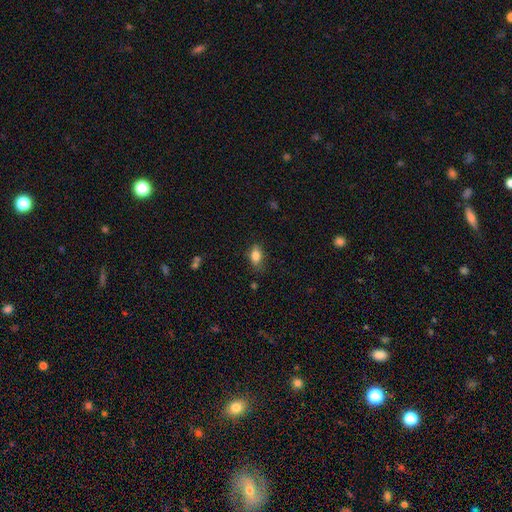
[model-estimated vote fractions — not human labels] A smooth galaxy with no disk features (82%) that is in between round and cigar-shaped (85%). Merging: none (76%).